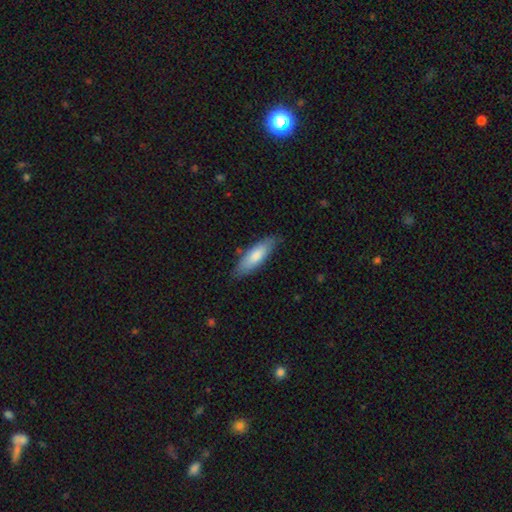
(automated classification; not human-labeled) smooth-or-featured: smooth: 77% | featured or disk: 17% | star or artifact: 5%
  how-rounded: in between: 49% (tied) | cigar-shaped: 49% (tied) | round: 1%
  merging: none: 79% | minor disturbance: 16% | major disturbance: 3% | merger: 2%